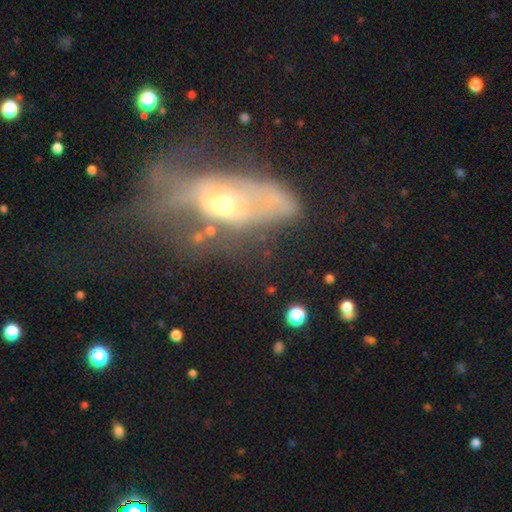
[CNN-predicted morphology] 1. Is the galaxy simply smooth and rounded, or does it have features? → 57% featured or disk, 29% smooth, 14% star or artifact.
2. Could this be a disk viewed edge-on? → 82% no, 18% yes.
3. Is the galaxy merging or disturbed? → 47% major disturbance, 25% none, 21% minor disturbance, 7% merger.